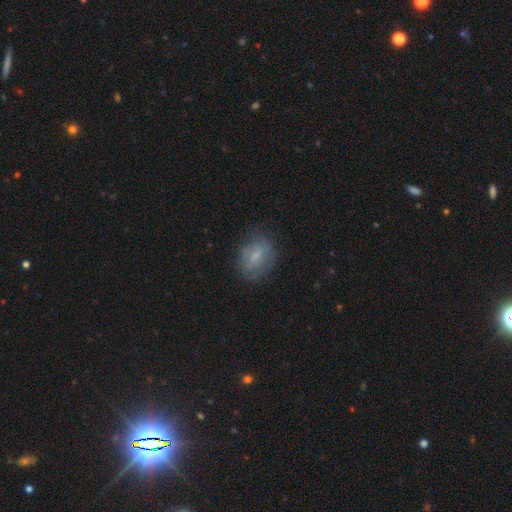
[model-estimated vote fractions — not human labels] Smooth or featured? smooth (51%)
How rounded? in between (69%)
Merging? none (69%)